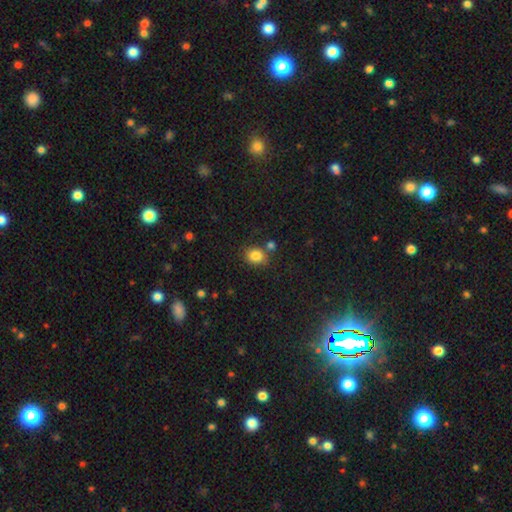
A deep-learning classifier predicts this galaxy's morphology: smooth 84%, star or artifact 10%, featured or disk 5%. Down the decision tree: how rounded — round (62%); merging — none (73%).